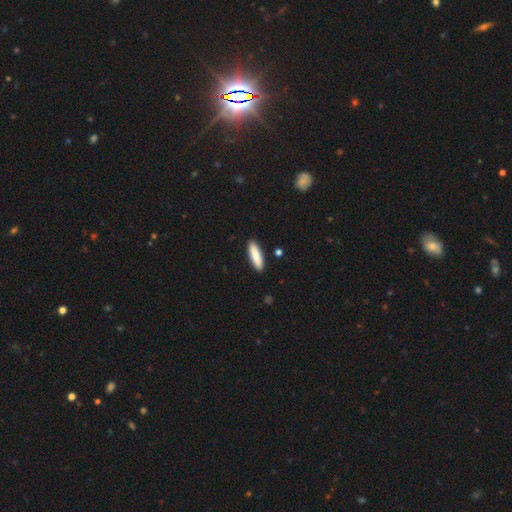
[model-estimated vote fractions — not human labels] Smooth or featured: smooth — 86% (featured or disk — 8%)
How rounded: cigar-shaped — 70% (in between — 28%)
Merging: none — 90% (minor disturbance — 7%)